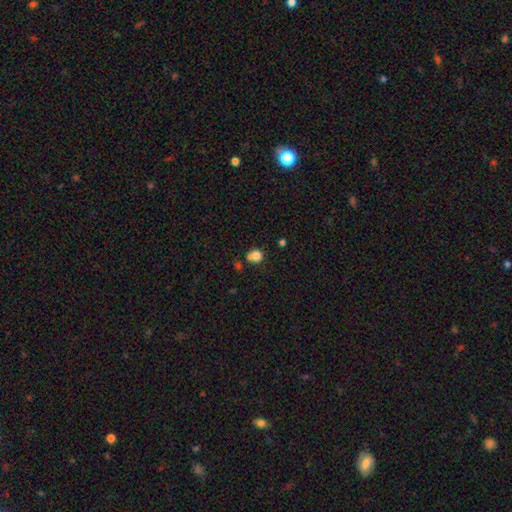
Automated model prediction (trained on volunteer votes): smooth-or-featured: smooth: 80% | star or artifact: 11% | featured or disk: 9%
  how-rounded: round: 69% | in between: 30% | cigar-shaped: 1%
  merging: none: 51% | minor disturbance: 25% | merger: 15% | major disturbance: 8%